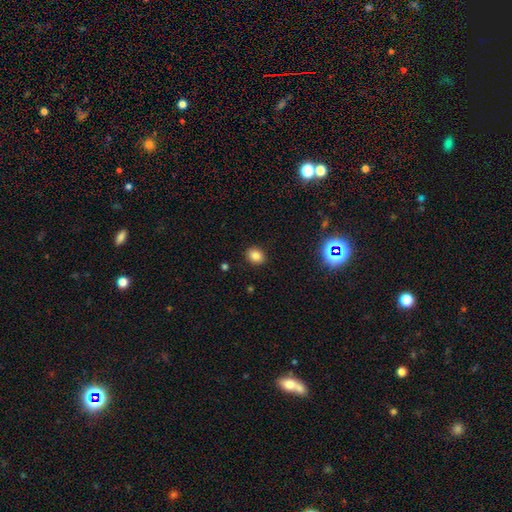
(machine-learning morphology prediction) Smooth or featured: smooth — 82% (star or artifact — 12%)
How rounded: in between — 53% (round — 46%)
Merging: none — 89% (minor disturbance — 8%)